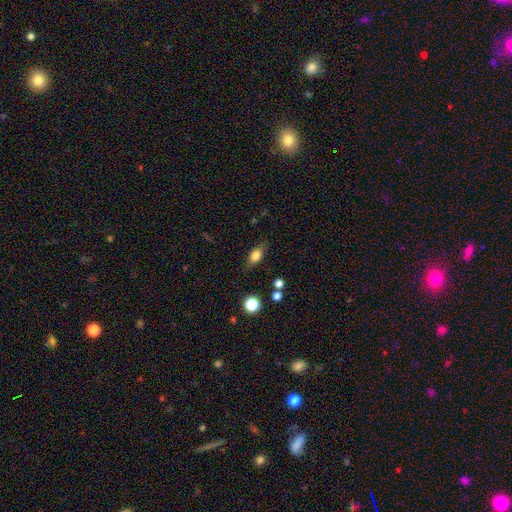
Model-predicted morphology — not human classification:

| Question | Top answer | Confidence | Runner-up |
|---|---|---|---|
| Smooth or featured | smooth | 77% | featured or disk (14%) |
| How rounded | in between | 76% | round (14%) |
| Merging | none | 79% | minor disturbance (15%) |